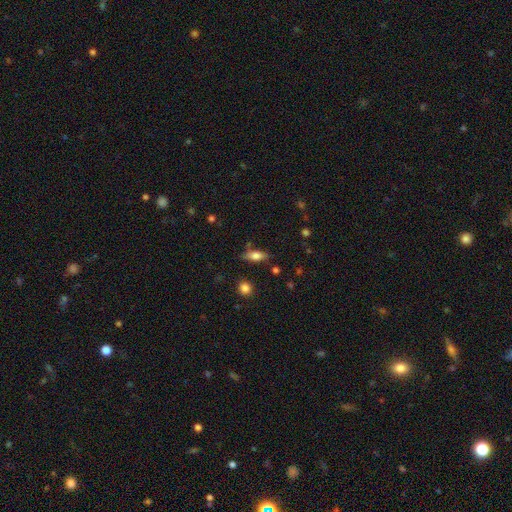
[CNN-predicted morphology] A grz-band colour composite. It shows a smooth galaxy with no disk features (66%) that is in between round and cigar-shaped (68%). Merging: none (77%).